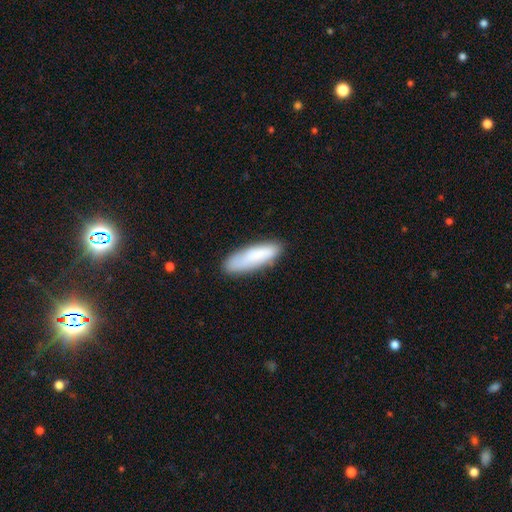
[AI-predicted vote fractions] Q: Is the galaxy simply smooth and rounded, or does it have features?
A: smooth — 81%.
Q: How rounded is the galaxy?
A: cigar-shaped — 51%.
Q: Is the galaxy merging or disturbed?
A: none — 77%.